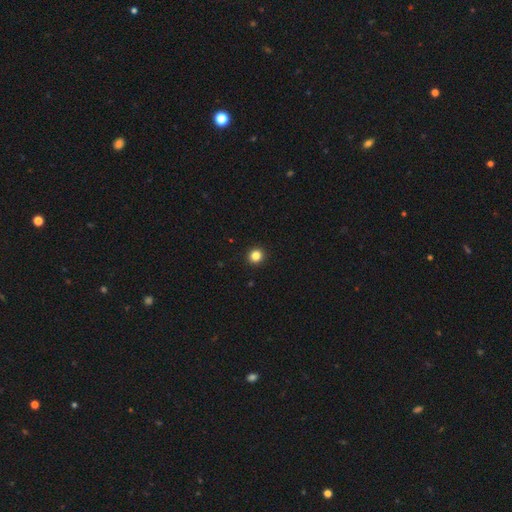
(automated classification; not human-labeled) Smooth or featured? Predicted: smooth (p=0.84). How rounded? Predicted: round (p=0.93). Merging? Predicted: none (p=0.94).